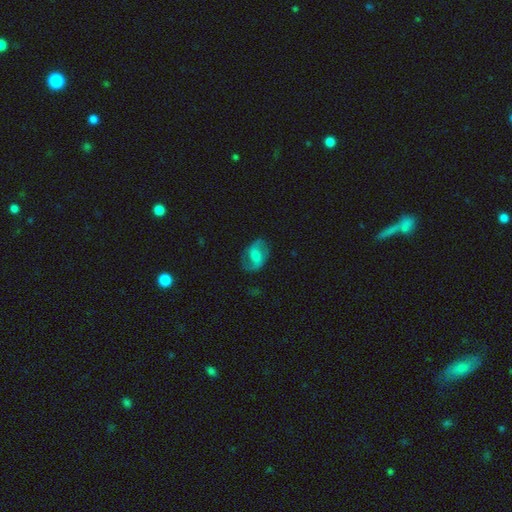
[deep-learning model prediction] Overall: featured or disk (65%; smooth 28%). Edge-on disk: no (97%). Bar: weak (46%; no 31%). Spiral arms: yes (87%). Spiral arm count: 2 (86%). Spiral winding: medium (48%; loose 34%). Bulge size: moderate (30%; none 26%). Merging: none (71%).